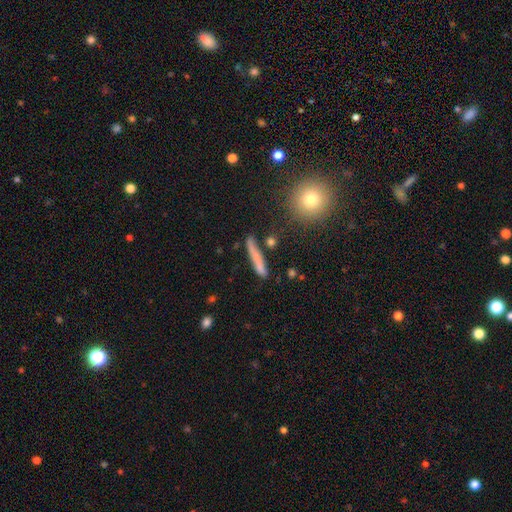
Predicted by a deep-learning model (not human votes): This appears to be a smooth galaxy with no disk features (68%) that is cigar-shaped (93%). Merging: none (74%).